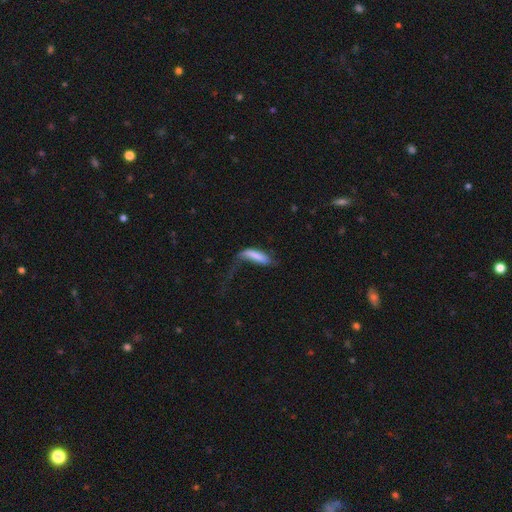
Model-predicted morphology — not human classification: type=smooth (70%); roundness=cigar-shaped (60%); merging=major disturbance (53%).